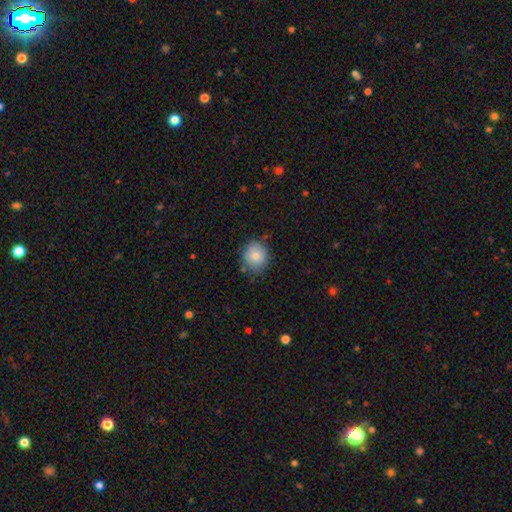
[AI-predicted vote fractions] This appears to be a smooth galaxy with no disk features (81%) that is round (75%). Merging: none (77%).